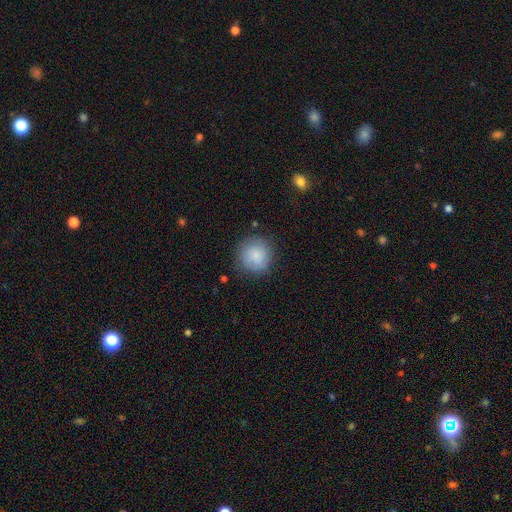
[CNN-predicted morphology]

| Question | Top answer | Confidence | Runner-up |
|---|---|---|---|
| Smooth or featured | smooth | 83% | featured or disk (9%) |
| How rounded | round | 93% | in between (6%) |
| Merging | none | 80% | minor disturbance (14%) |